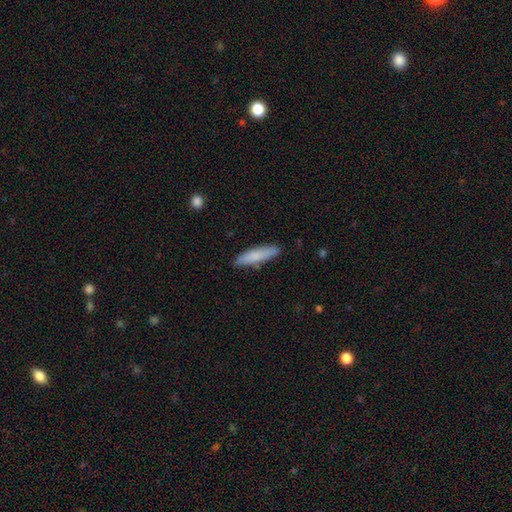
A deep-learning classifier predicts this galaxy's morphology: The model was most divided on "how rounded": cigar-shaped: 80%, in between: 19%, round: 1%. More confident: merging — none (83%); smooth or featured — smooth (79%).